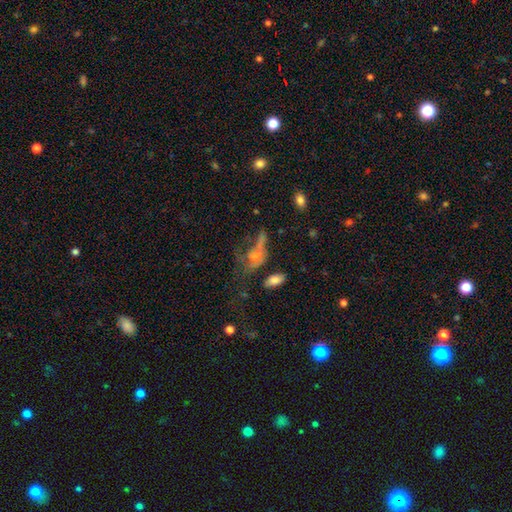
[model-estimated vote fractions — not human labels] This is marginally a featured or disk galaxy (38%). Merging: marginally major disturbance (37%).